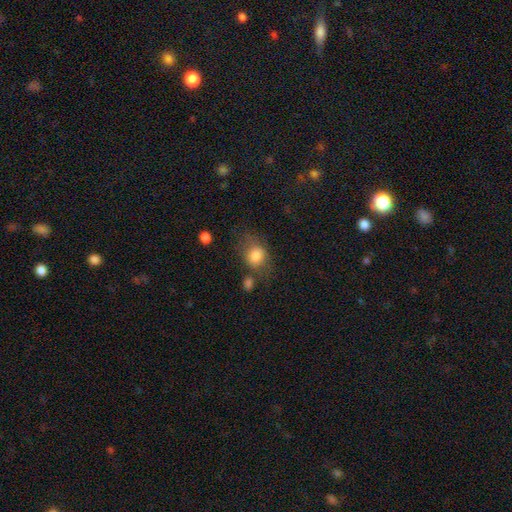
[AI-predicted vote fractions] This appears to be a smooth galaxy with no disk features (78%) that is round (58%). Merging: none (55%).